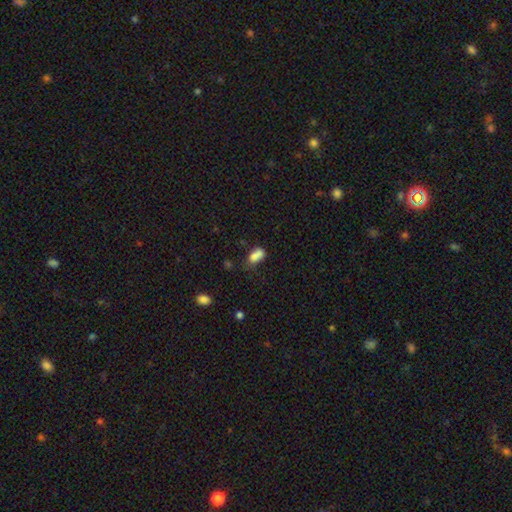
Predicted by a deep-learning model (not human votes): smooth-or-featured: smooth: 79% | star or artifact: 11% | featured or disk: 10%
  how-rounded: in between: 84% | round: 11% | cigar-shaped: 5%
  merging: none: 36% | minor disturbance: 26% | merger: 26% | major disturbance: 12%